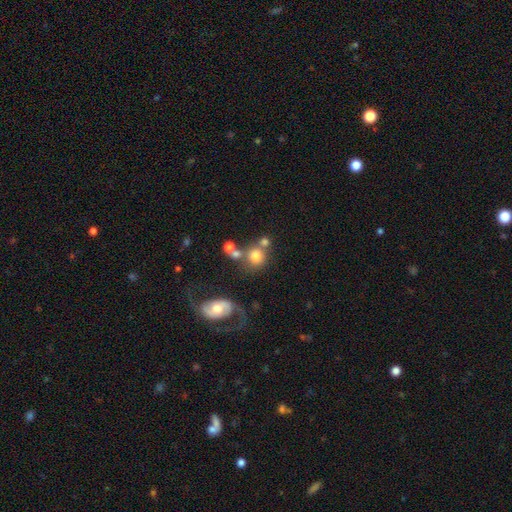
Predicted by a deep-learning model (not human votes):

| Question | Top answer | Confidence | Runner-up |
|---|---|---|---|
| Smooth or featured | smooth | 73% | featured or disk (15%) |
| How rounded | round | 81% | in between (18%) |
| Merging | none | 49% | merger (31%) |